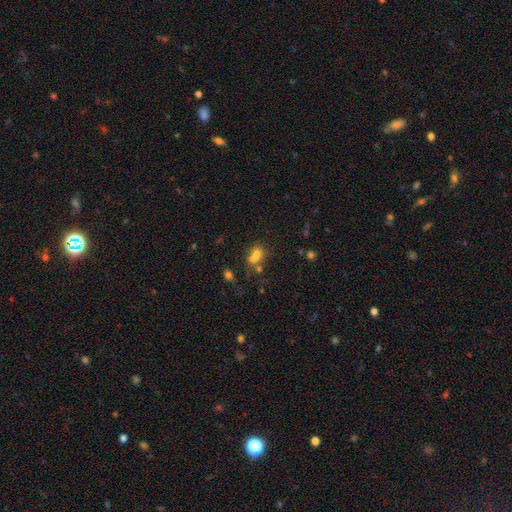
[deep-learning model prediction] This appears to be a smooth galaxy with no disk features (67%) that is round (52%). Merging: merger (57%).